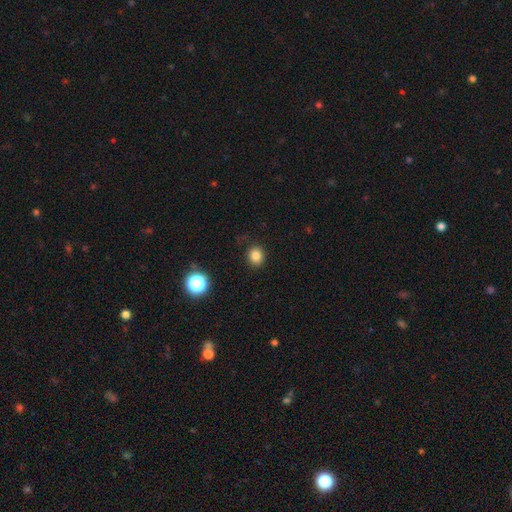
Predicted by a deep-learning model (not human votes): Smooth or featured: smooth — 82% (star or artifact — 13%)
How rounded: round — 82% (in between — 17%)
Merging: none — 88% (minor disturbance — 8%)